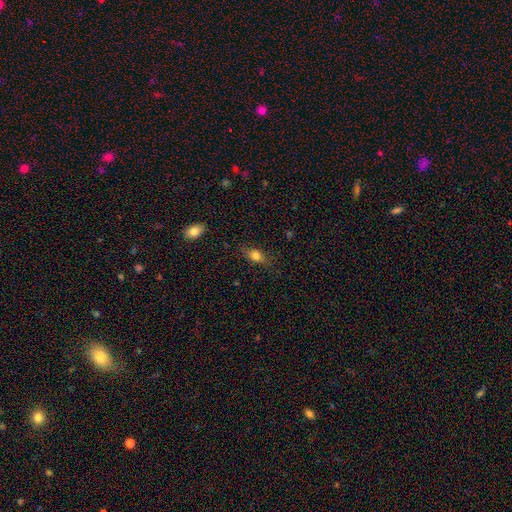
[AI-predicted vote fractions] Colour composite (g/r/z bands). It shows a smooth galaxy with no disk features (77%) that is in between round and cigar-shaped (73%). Merging: none (77%).